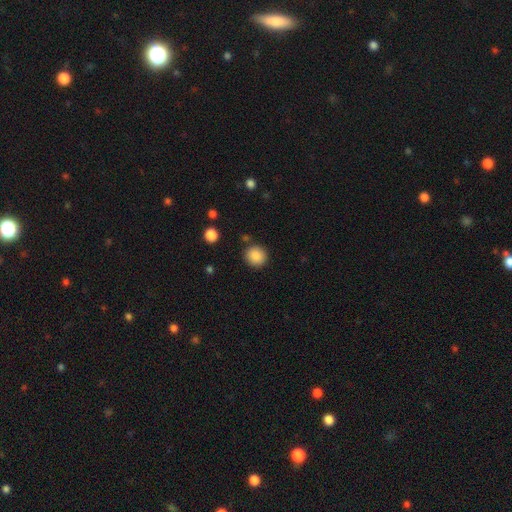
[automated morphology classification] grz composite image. It shows a smooth galaxy with no disk features (87%) that is round (91%). Merging: none (88%).